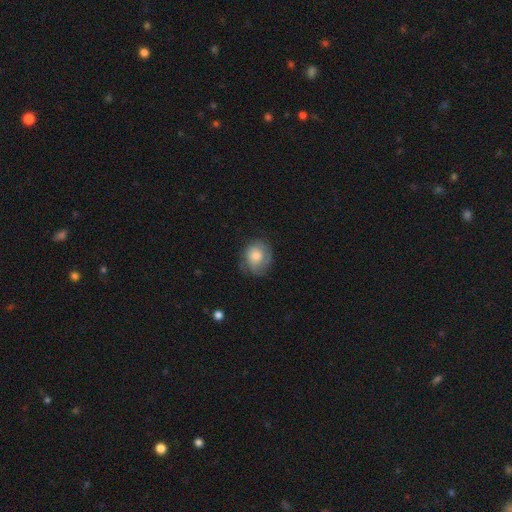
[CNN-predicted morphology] Q: Smooth or featured?
A: smooth (66%); runner-up: featured or disk (26%)
Q: How rounded?
A: round (72%); runner-up: in between (27%)
Q: Merging?
A: none (65%); runner-up: minor disturbance (25%)